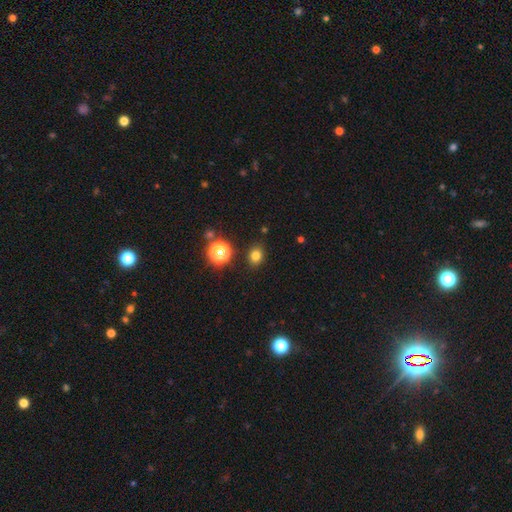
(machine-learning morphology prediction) Q: Smooth or featured?
A: smooth (79%); runner-up: star or artifact (16%)
Q: How rounded?
A: round (59%); runner-up: in between (40%)
Q: Merging?
A: none (87%); runner-up: minor disturbance (8%)